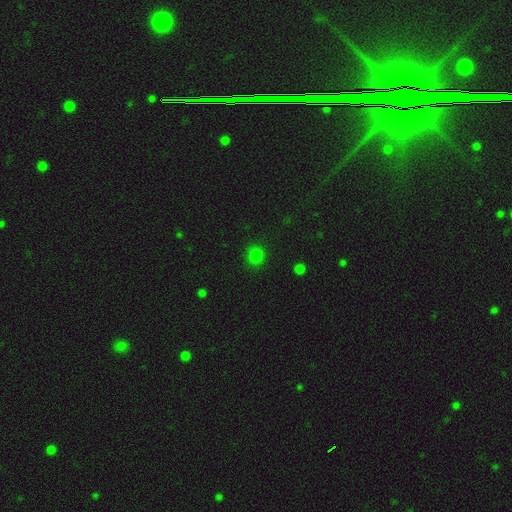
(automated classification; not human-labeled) smooth_or_featured: smooth (p=0.80) [alt: star or artifact p=0.16]
how_rounded: round (p=0.89) [alt: in between p=0.10]
merging: none (p=0.90) [alt: minor disturbance p=0.07]